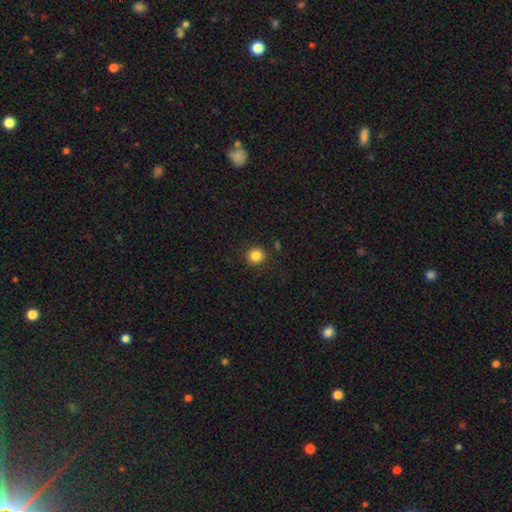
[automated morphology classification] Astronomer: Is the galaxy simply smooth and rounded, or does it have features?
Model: smooth — 84%.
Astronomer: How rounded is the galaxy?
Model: round — 92%.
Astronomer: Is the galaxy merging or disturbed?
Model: none — 90%.